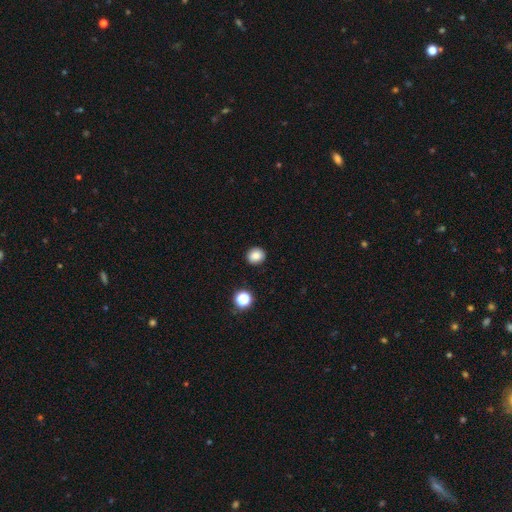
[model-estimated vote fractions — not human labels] Smooth or featured: smooth — 85% (star or artifact — 11%)
How rounded: round — 79% (in between — 20%)
Merging: none — 90% (minor disturbance — 6%)